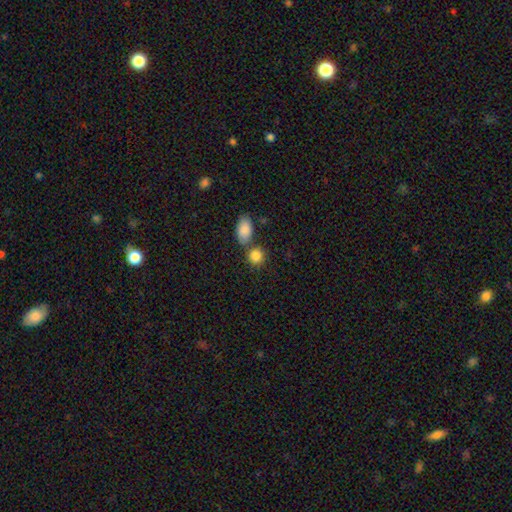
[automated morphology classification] type=smooth (87%); roundness=round (72%); merging=none (60%).